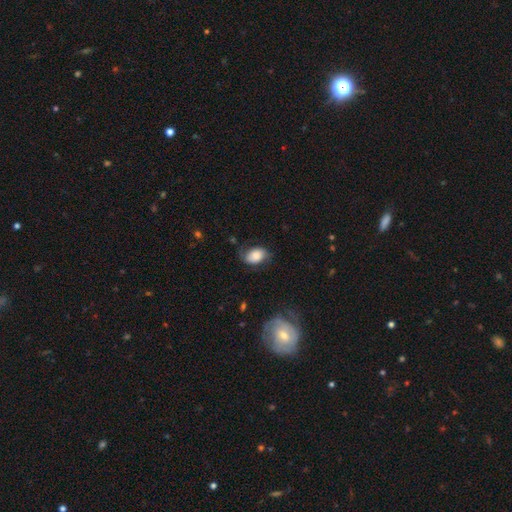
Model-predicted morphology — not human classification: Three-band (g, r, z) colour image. It shows a smooth galaxy with no disk features (65%) that is in between round and cigar-shaped (82%). Merging: none (58%).